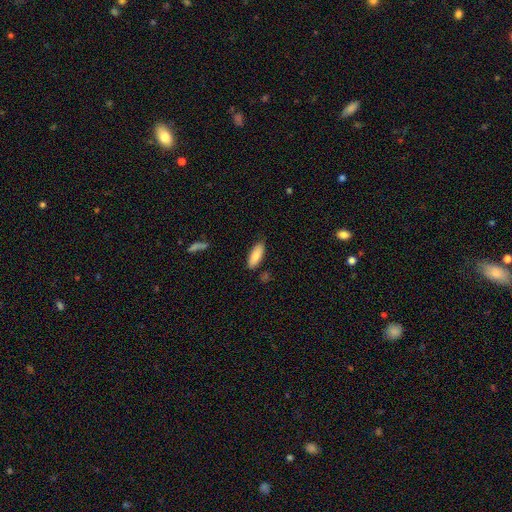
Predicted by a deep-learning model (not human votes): The model was most divided on "how rounded": in between: 68%, cigar-shaped: 30%, round: 2%. More confident: smooth or featured — smooth (85%); merging — none (84%).